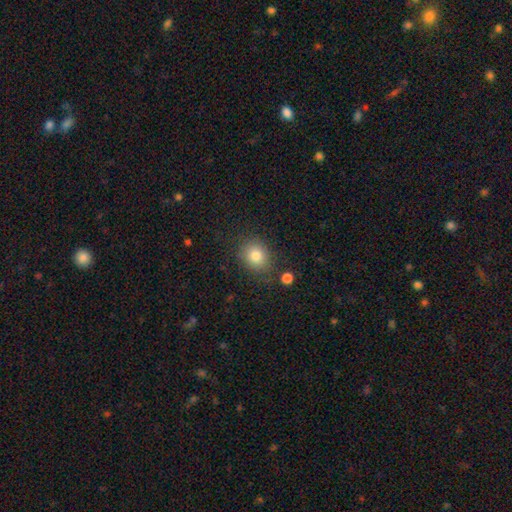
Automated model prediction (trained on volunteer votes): smooth 81%, star or artifact 10%, featured or disk 8%. Down the decision tree: how rounded — round (67%); merging — none (80%).